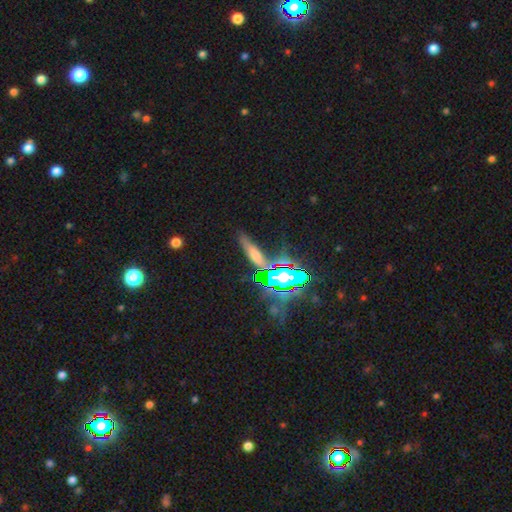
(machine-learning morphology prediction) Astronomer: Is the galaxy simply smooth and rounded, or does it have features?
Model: smooth — 38% (runner-up: star or artifact, 36%).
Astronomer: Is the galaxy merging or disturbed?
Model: none — 70%.